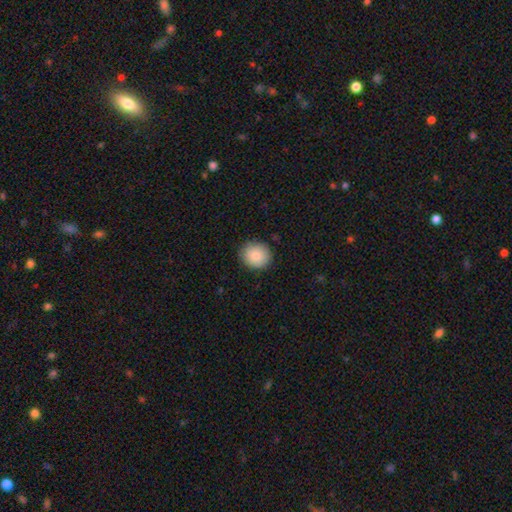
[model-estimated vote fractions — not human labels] A smooth galaxy with no disk features (84%) that is round (81%).

Vote fractions:
- Smooth or featured? smooth: 84% / featured or disk: 8% / star or artifact: 8%
- How rounded? round: 81% / in between: 18% / cigar-shaped: 1%
- Merging? none: 87% / minor disturbance: 10% / major disturbance: 2% / merger: 1%